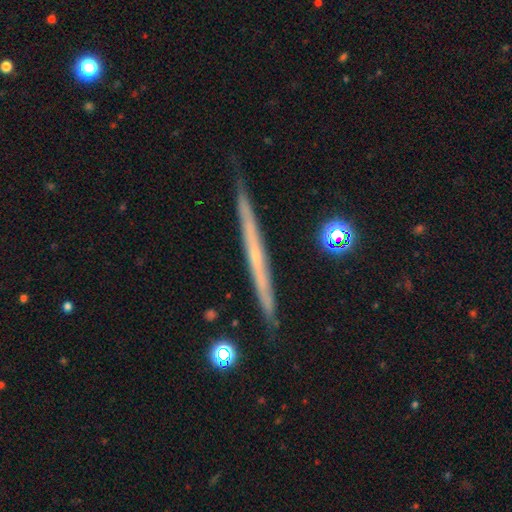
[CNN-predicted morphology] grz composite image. It shows a featured or disk galaxy (70%) viewed edge-on (97%) with no central bulge (73%). Merging: none (89%).